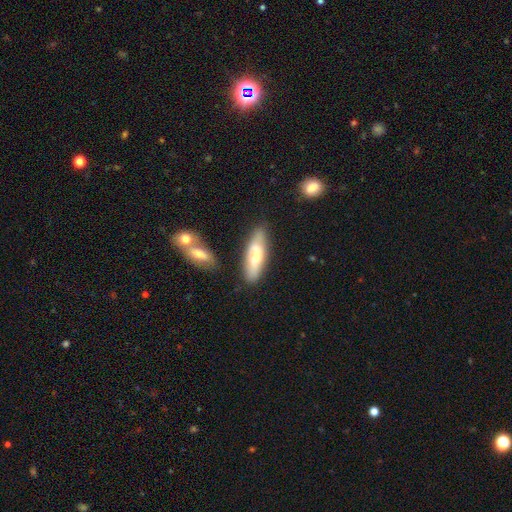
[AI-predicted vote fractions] Q: Smooth or featured?
A: smooth (59%); runner-up: featured or disk (35%)
Q: How rounded?
A: in between (49%); tied with: cigar-shaped (49%)
Q: Merging?
A: none (65%); runner-up: minor disturbance (20%)